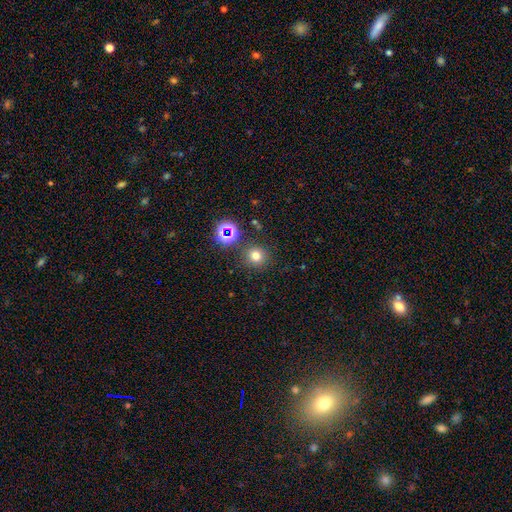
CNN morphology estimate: The model was most divided on "smooth or featured": smooth: 71%, star or artifact: 21%, featured or disk: 8%. More confident: how rounded — round (91%); merging — none (85%).